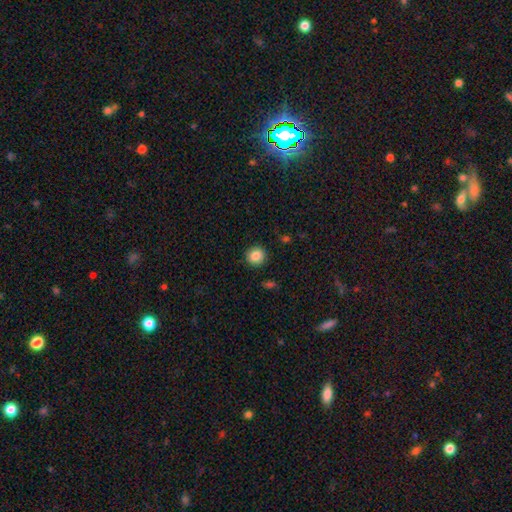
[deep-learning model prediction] smooth-or-featured: smooth: 86% | star or artifact: 9% | featured or disk: 5%
  how-rounded: round: 91% | in between: 9% | cigar-shaped: 1%
  merging: none: 91% | minor disturbance: 6% | major disturbance: 2% | merger: 1%